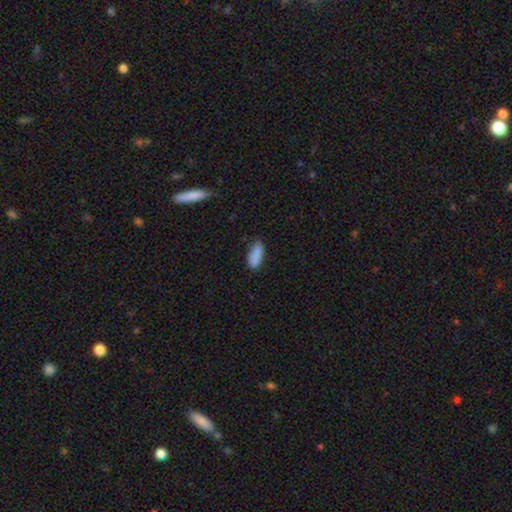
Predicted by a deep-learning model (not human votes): smooth-or-featured: smooth: 88% | star or artifact: 7% | featured or disk: 5%
  how-rounded: in between: 79% | cigar-shaped: 19% | round: 2%
  merging: none: 72% | minor disturbance: 22% | major disturbance: 4% | merger: 2%